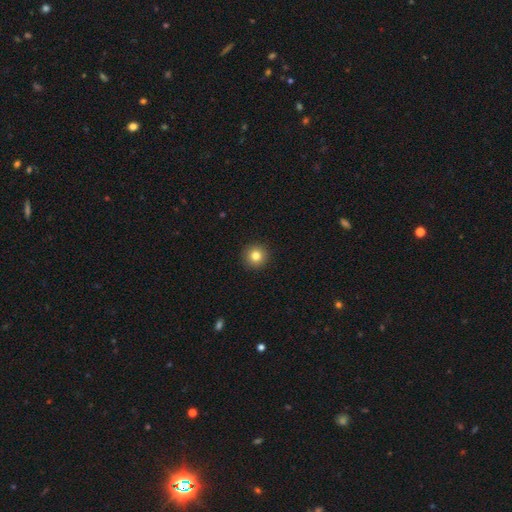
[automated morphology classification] type=smooth (81%); roundness=round (96%); merging=none (93%).